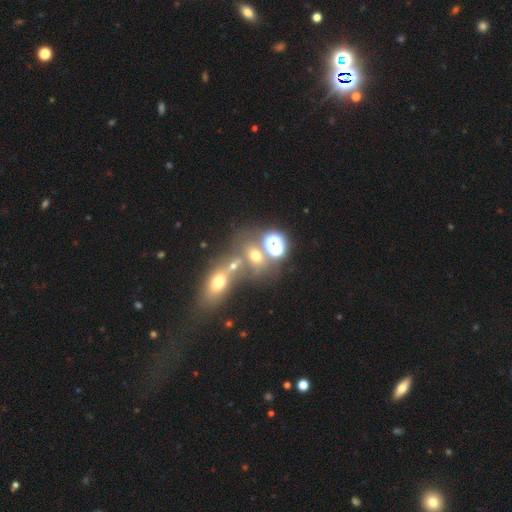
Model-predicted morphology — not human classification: smooth-or-featured: smooth: 52% | star or artifact: 31% | featured or disk: 18%
  how-rounded: round: 54% | in between: 44% | cigar-shaped: 2%
  merging: merger: 45% | none: 37% | minor disturbance: 9% | major disturbance: 8%